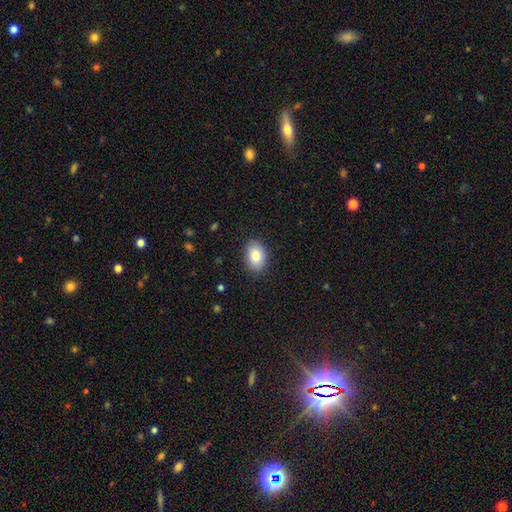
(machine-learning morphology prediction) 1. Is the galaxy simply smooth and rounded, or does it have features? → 85% smooth, 8% featured or disk, 7% star or artifact.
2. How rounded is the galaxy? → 84% in between, 15% round, 1% cigar-shaped.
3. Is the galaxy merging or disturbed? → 87% none, 9% minor disturbance, 2% major disturbance, 1% merger.